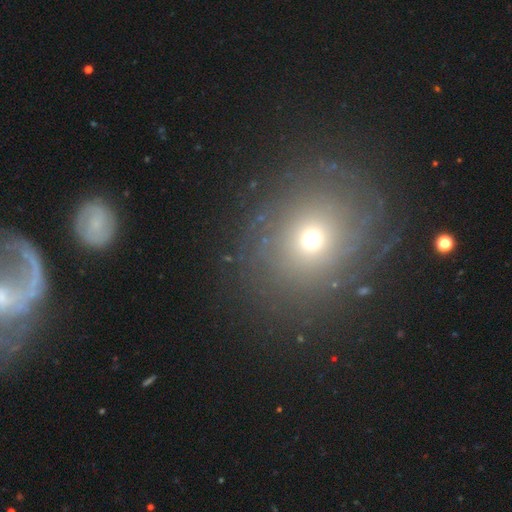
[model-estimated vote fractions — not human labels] Smooth or featured: featured or disk — 41% (smooth — 39%)
Merging: none — 80% (minor disturbance — 10%)